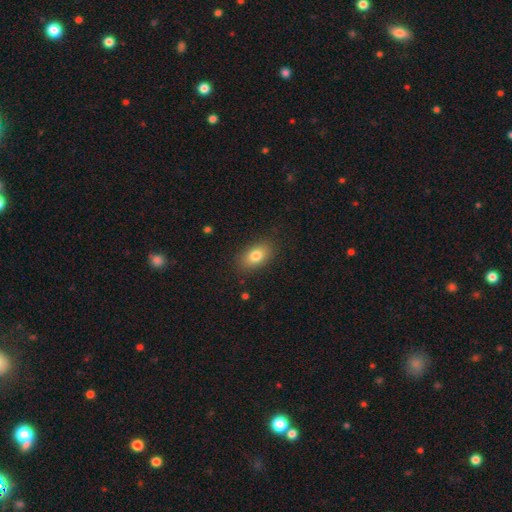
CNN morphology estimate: A smooth galaxy with no disk features (80%) that is in between round and cigar-shaped (88%).

Vote fractions:
- Smooth or featured? smooth: 80% / featured or disk: 11% / star or artifact: 8%
- How rounded? in between: 88% / round: 10% / cigar-shaped: 2%
- Merging? none: 86% / minor disturbance: 11% / major disturbance: 3% / merger: 1%